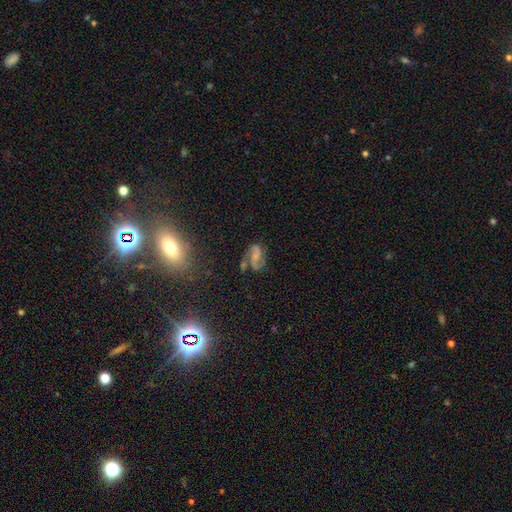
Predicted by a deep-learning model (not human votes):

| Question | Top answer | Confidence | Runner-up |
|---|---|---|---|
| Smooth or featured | featured or disk | 73% | smooth (16%) |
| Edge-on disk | no | 97% | yes (3%) |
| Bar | no | 44% | weak (38%) |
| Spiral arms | yes | 91% | no (9%) |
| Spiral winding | medium | 44% | loose (42%) |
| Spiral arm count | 2 | 88% | can't tell (4%) |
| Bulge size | small | 42% | none (32%) |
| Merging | none | 55% | minor disturbance (21%) |